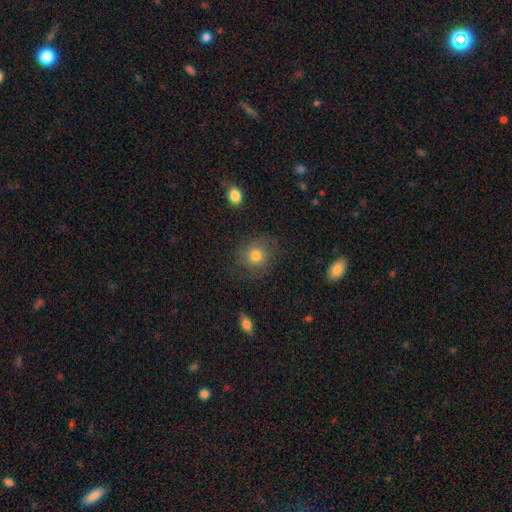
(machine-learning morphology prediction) This appears to be a smooth galaxy with no disk features (75%) that is round (82%). Merging: none (74%).